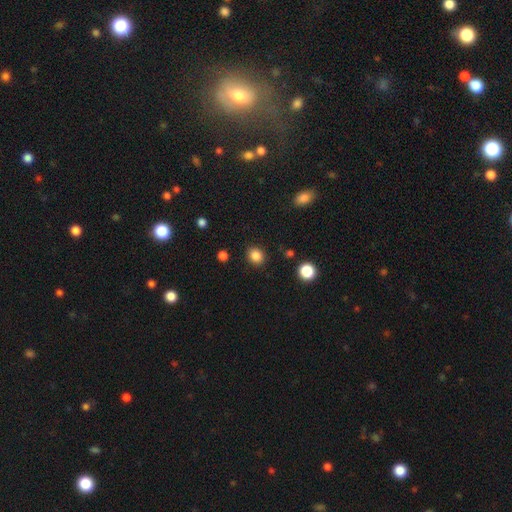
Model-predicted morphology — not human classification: A smooth galaxy with no disk features (85%) that is round (73%). Merging: none (89%).